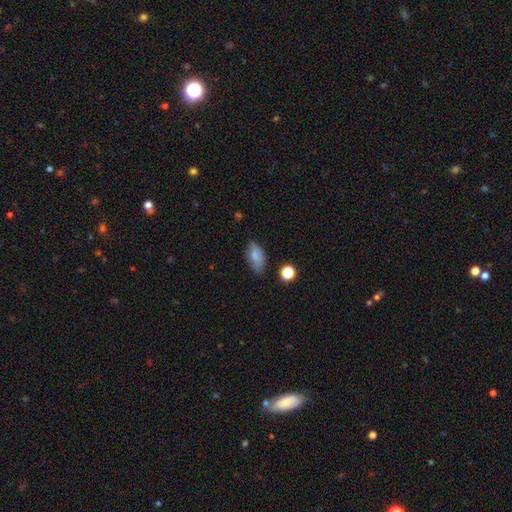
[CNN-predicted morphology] smooth 81%, featured or disk 10%, star or artifact 9%. Down the decision tree: how rounded — in between (91%); merging — none (70%).